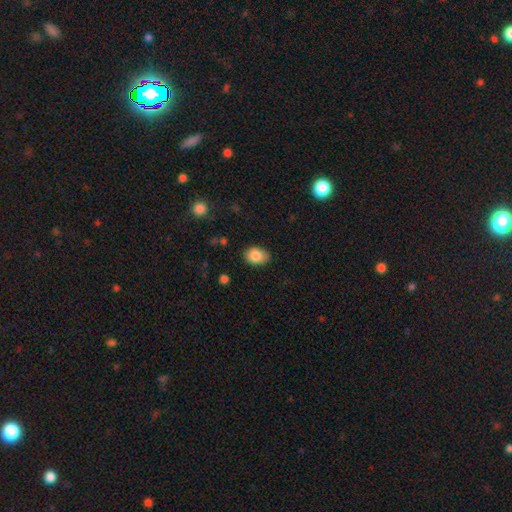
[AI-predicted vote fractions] This is clearly a smooth galaxy (85%). How rounded: likely in between (72%). Merging: clearly none (81%).